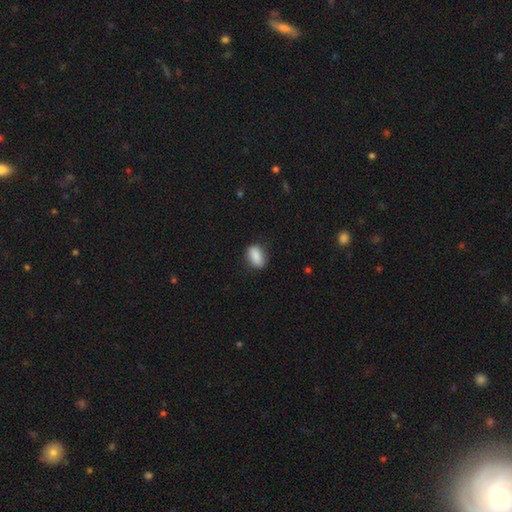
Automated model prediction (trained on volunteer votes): Smooth or featured?
  - smooth: 88% *
  - star or artifact: 7%
  - featured or disk: 5%
How rounded?
  - in between: 86% *
  - round: 10%
  - cigar-shaped: 4%
Merging?
  - none: 82% *
  - minor disturbance: 14%
  - major disturbance: 3%
  - merger: 1%